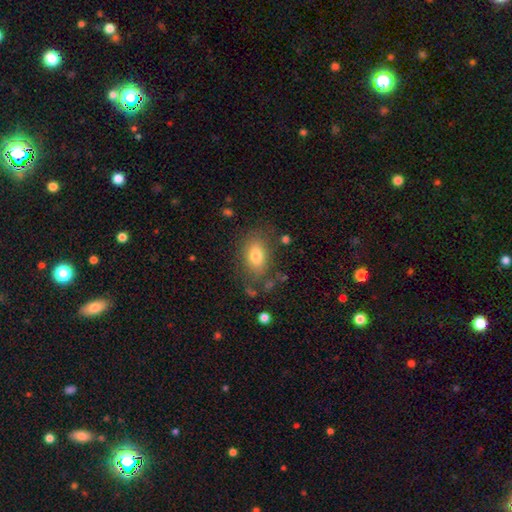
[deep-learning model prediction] This is likely a smooth galaxy (77%). How rounded: clearly in between (86%). Merging: likely none (72%).